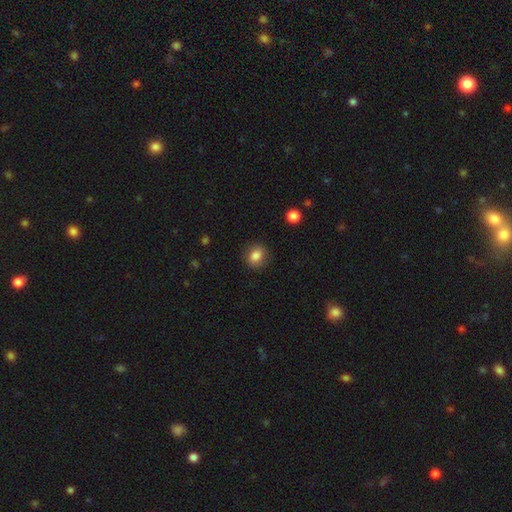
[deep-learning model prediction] smooth-or-featured: smooth: 84% | star or artifact: 9% | featured or disk: 7%
  how-rounded: round: 66% | in between: 33% | cigar-shaped: 1%
  merging: none: 86% | minor disturbance: 10% | major disturbance: 3% | merger: 1%